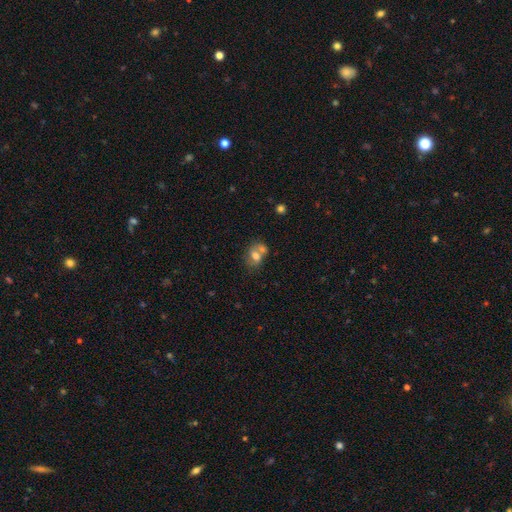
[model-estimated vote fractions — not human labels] smooth_or_featured: smooth (p=0.66) [alt: featured or disk p=0.23]
how_rounded: in between (p=0.63) [alt: round p=0.36]
merging: merger (p=0.54) [alt: none p=0.29]